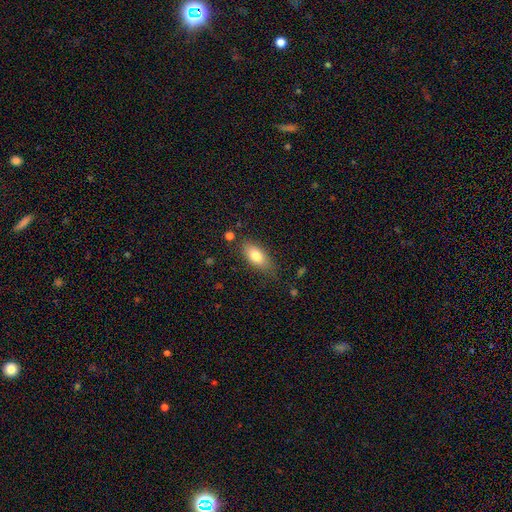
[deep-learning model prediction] A smooth galaxy with no disk features (80%) that is in between round and cigar-shaped (87%). Merging: none (75%).